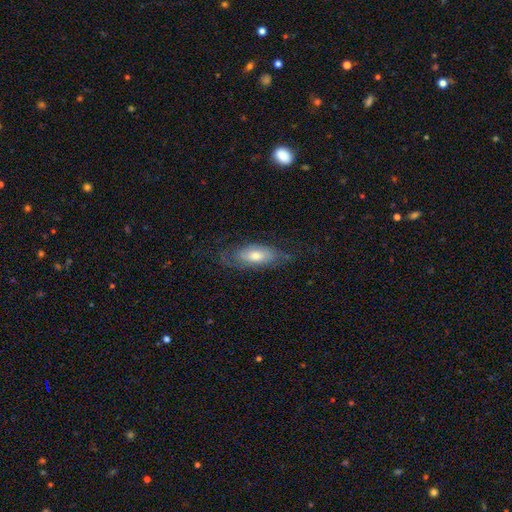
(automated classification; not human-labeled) Smooth or featured? Predicted: featured or disk (p=0.52). Edge-on disk? Predicted: no (p=0.78). Merging? Predicted: none (p=0.63).